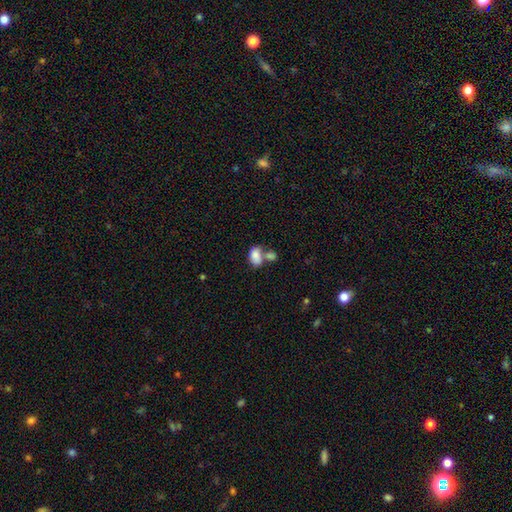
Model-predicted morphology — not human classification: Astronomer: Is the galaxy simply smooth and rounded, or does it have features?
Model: smooth — 80%.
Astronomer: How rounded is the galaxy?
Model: in between — 85%.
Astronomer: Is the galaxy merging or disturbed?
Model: merger — 54%.